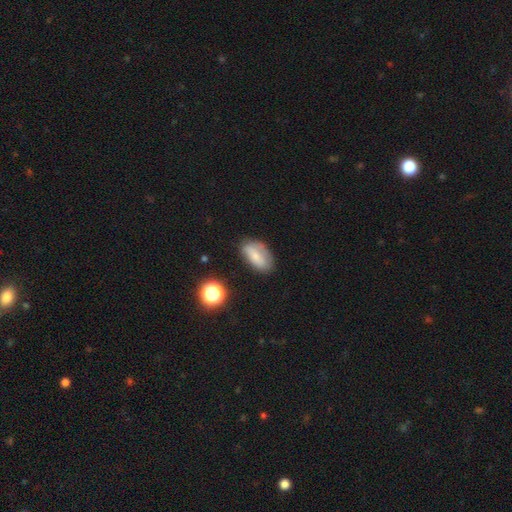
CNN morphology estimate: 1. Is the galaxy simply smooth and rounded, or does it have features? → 68% smooth, 22% featured or disk, 10% star or artifact.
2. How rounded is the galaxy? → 89% in between, 6% cigar-shaped, 5% round.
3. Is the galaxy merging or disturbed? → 64% none, 26% minor disturbance, 8% major disturbance, 3% merger.